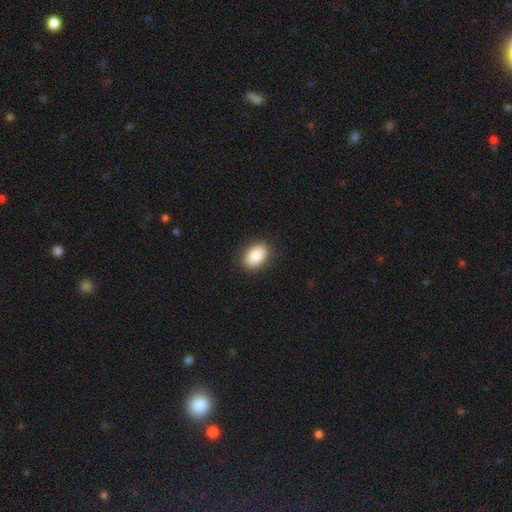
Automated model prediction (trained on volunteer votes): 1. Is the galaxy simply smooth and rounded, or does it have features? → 86% smooth, 7% star or artifact, 7% featured or disk.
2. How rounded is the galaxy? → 87% in between, 12% round, 1% cigar-shaped.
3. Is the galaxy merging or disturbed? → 89% none, 8% minor disturbance, 2% major disturbance, 1% merger.